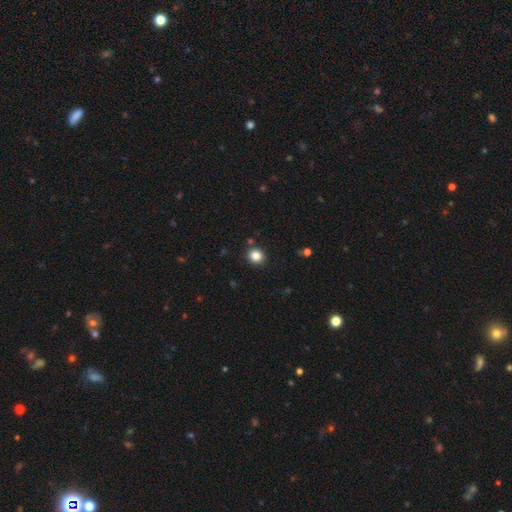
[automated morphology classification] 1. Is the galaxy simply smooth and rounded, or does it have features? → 85% smooth, 11% star or artifact, 4% featured or disk.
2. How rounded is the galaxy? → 82% round, 17% in between, 1% cigar-shaped.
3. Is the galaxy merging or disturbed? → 88% none, 7% minor disturbance, 3% merger, 2% major disturbance.